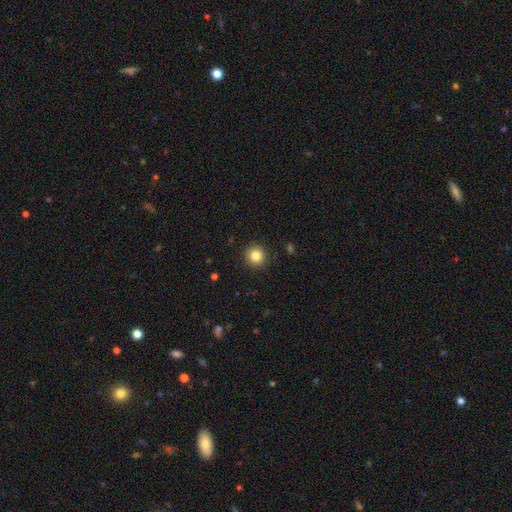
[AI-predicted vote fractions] Overall: smooth (84%). How rounded: round (94%). Merging: none (92%).